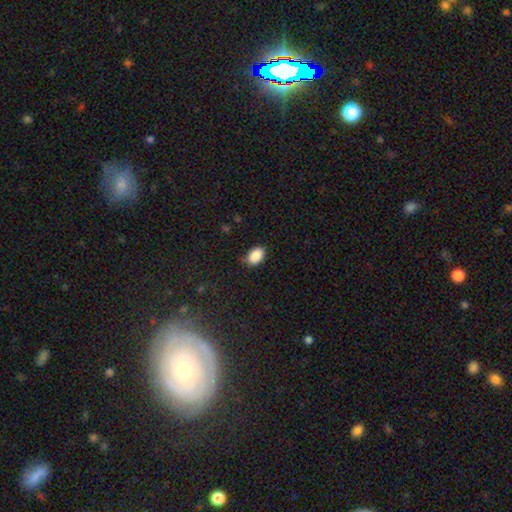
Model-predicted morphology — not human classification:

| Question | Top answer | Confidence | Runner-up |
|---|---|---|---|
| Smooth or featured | smooth | 89% | star or artifact (8%) |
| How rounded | in between | 87% | round (11%) |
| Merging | none | 80% | minor disturbance (16%) |